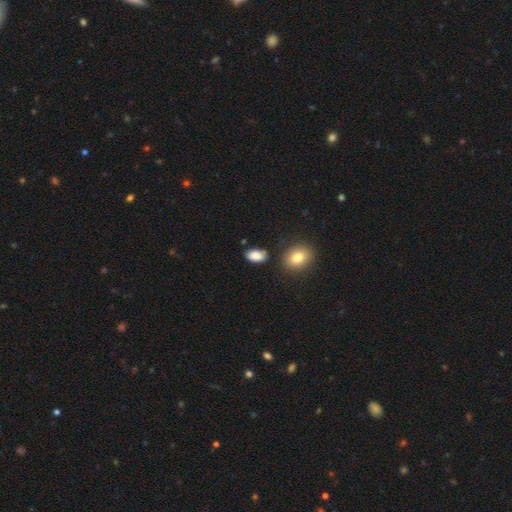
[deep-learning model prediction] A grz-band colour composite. It shows a smooth galaxy with no disk features (88%) that is in between round and cigar-shaped (91%). Merging: none (77%).